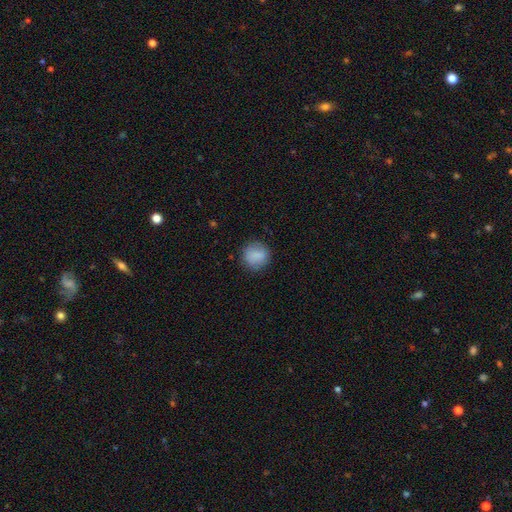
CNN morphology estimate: This is clearly a smooth galaxy (86%). How rounded: clearly round (88%). Merging: clearly none (84%).